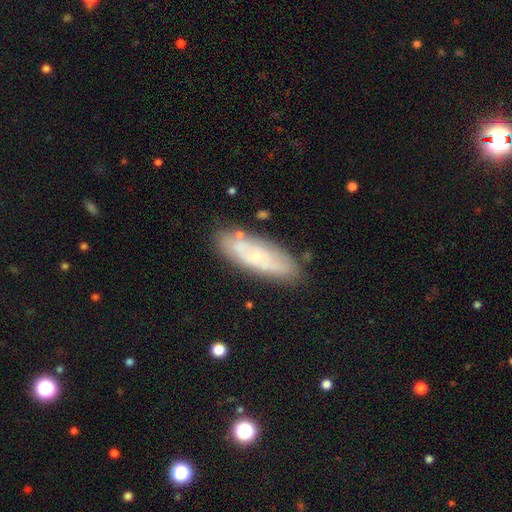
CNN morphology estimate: A featured or disk galaxy (50%). Merging: none (76%).